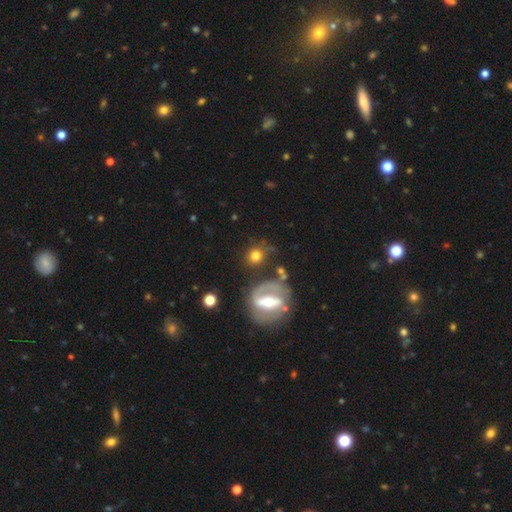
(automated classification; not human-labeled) smooth-or-featured: smooth: 66% | featured or disk: 24% | star or artifact: 11%
  how-rounded: round: 84% | in between: 14% | cigar-shaped: 2%
  merging: none: 69% | minor disturbance: 14% | merger: 9% | major disturbance: 8%